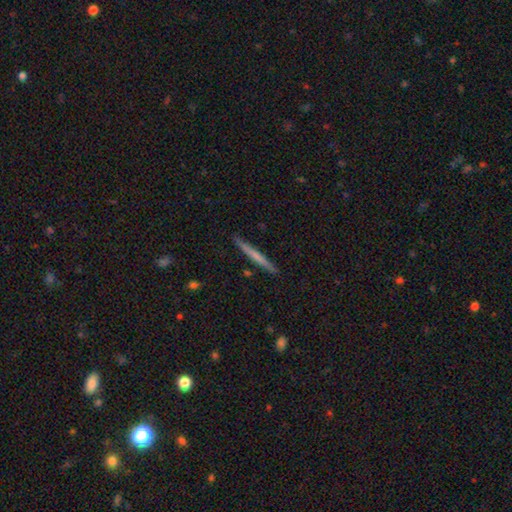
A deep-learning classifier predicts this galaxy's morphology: Smooth or featured? smooth (53%)
How rounded? cigar-shaped (96%)
Merging? none (91%)